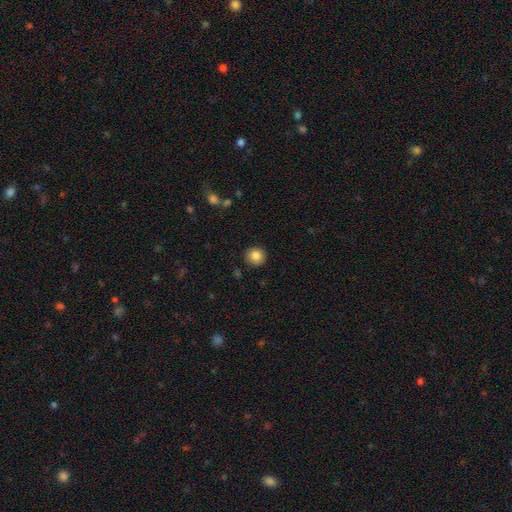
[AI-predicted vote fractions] Smooth or featured?
  - smooth: 85% *
  - star or artifact: 9%
  - featured or disk: 6%
How rounded?
  - round: 93% *
  - in between: 6%
  - cigar-shaped: 1%
Merging?
  - none: 91% *
  - minor disturbance: 6%
  - major disturbance: 2%
  - merger: 1%